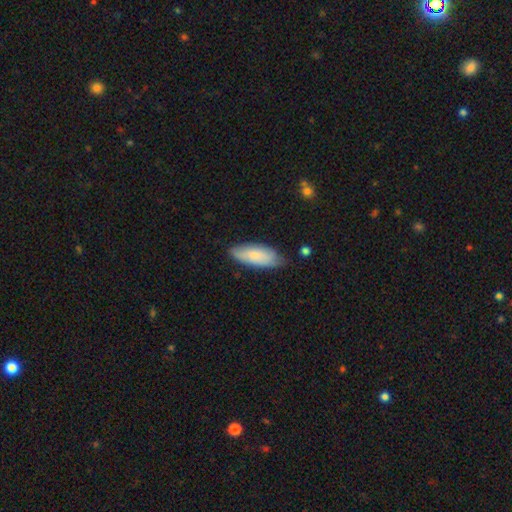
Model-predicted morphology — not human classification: A smooth galaxy with no disk features (76%) that is in between round and cigar-shaped (74%). Merging: none (73%).